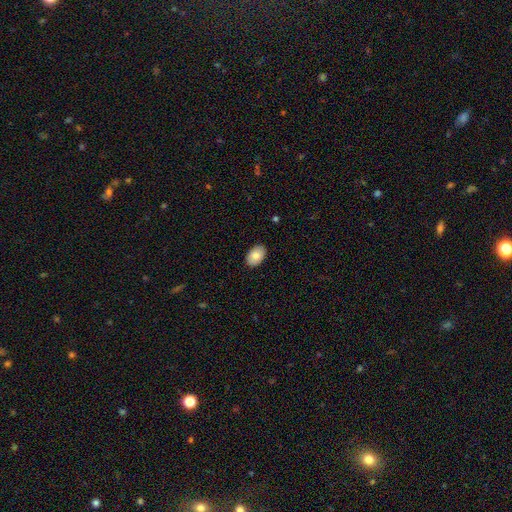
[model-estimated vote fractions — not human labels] Overall: smooth (82%). How rounded: in between (89%). Merging: none (89%).